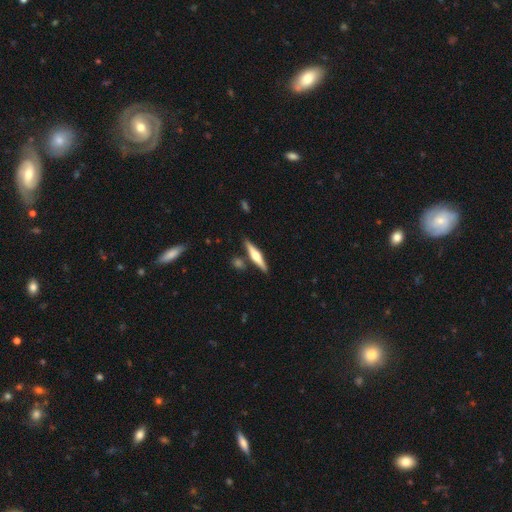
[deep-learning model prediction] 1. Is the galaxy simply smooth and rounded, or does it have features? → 62% featured or disk, 33% smooth, 6% star or artifact.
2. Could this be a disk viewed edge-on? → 97% yes, 3% no.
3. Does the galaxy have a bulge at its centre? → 90% rounded, 6% boxy, 4% none.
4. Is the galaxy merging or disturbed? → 84% none, 8% minor disturbance, 6% merger, 2% major disturbance.